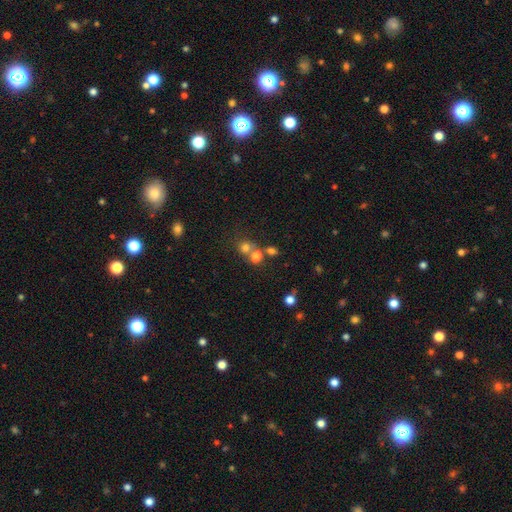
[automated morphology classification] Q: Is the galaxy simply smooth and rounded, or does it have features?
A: smooth — 72%.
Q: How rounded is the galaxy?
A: round — 68%.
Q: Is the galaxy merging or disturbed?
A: merger — 50%.